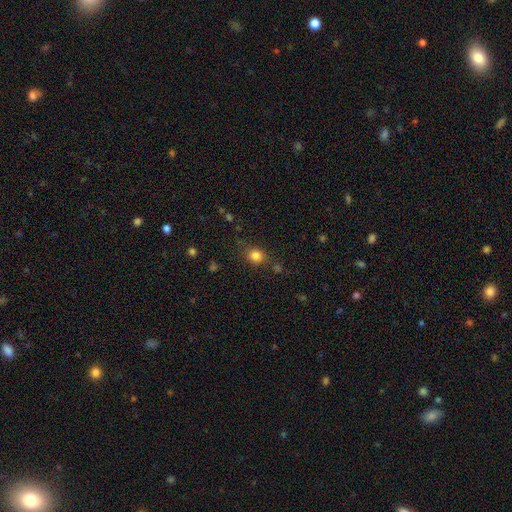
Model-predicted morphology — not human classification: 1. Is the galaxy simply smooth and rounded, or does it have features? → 82% smooth, 13% star or artifact, 6% featured or disk.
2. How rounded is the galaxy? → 71% round, 28% in between, 1% cigar-shaped.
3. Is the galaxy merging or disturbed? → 77% none, 14% minor disturbance, 5% major disturbance, 4% merger.